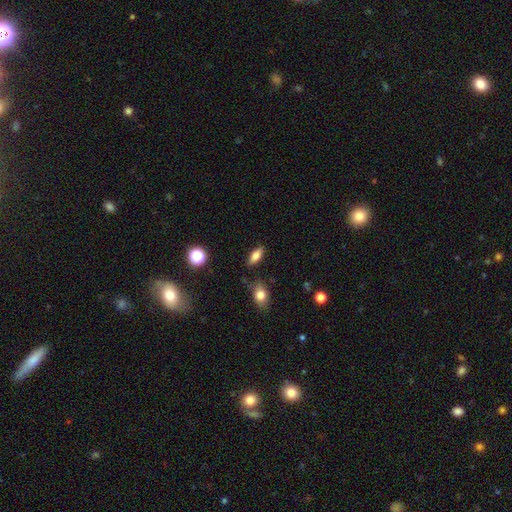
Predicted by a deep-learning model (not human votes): Morphology: type=smooth (73%); roundness=in between (76%); merging=none (82%).